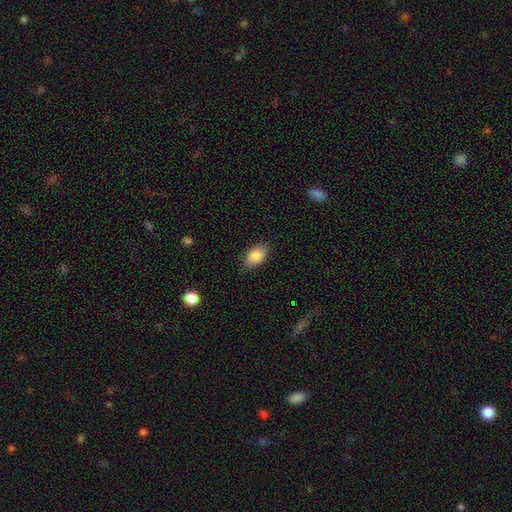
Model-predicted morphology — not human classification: This appears to be a smooth galaxy with no disk features (85%) that is in between round and cigar-shaped (90%). Merging: none (84%).